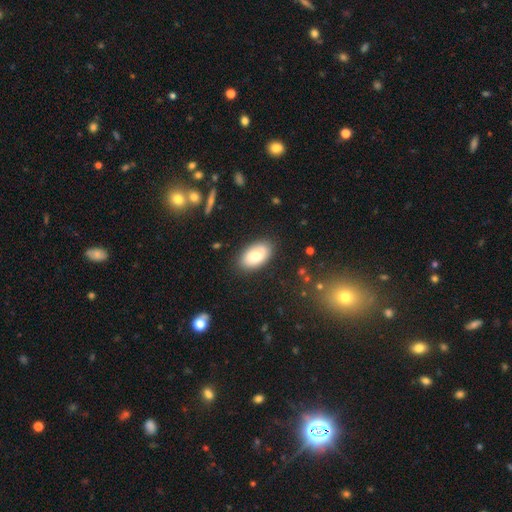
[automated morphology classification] smooth 74%, featured or disk 19%, star or artifact 7%. Down the decision tree: how rounded — in between (94%); merging — none (83%).